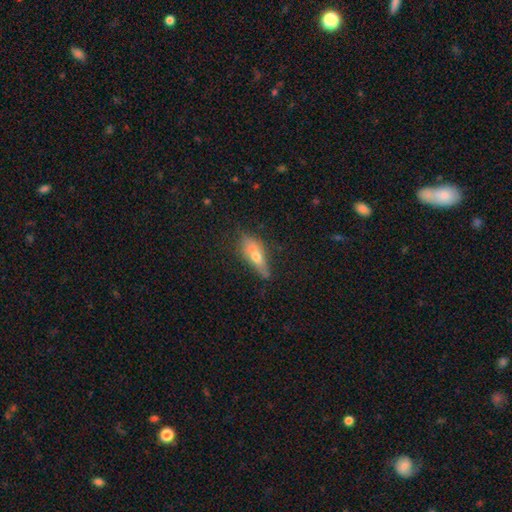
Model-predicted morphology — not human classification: This is possibly a smooth galaxy (53%). How rounded: possibly in between (52%). Merging: likely none (60%).